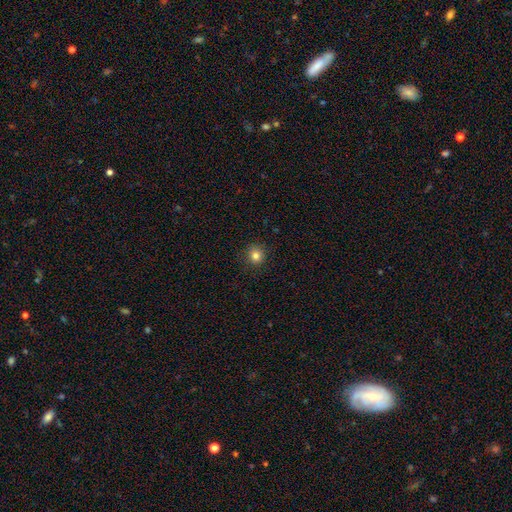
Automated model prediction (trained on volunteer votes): This appears to be a smooth galaxy with no disk features (81%) that is round (92%). Merging: none (91%).